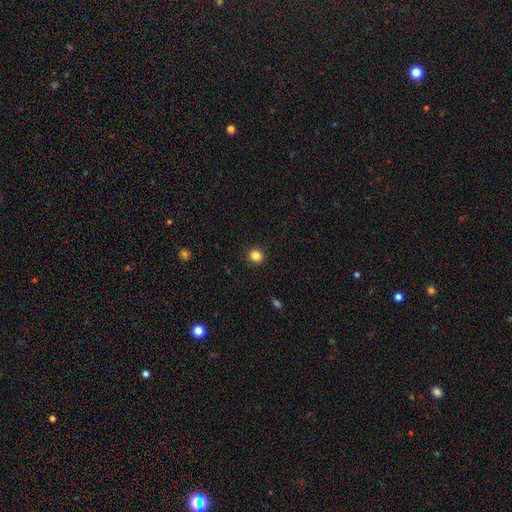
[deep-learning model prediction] smooth 84%, star or artifact 11%, featured or disk 5%. Down the decision tree: how rounded — round (84%); merging — none (92%).